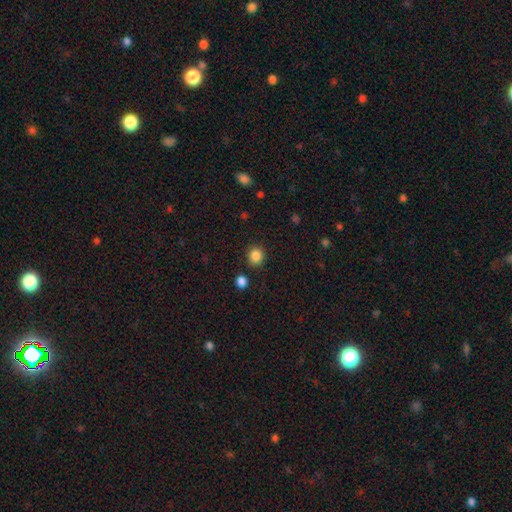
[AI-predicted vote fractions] This appears to be a smooth galaxy with no disk features (86%) that is round (80%). Merging: none (86%).